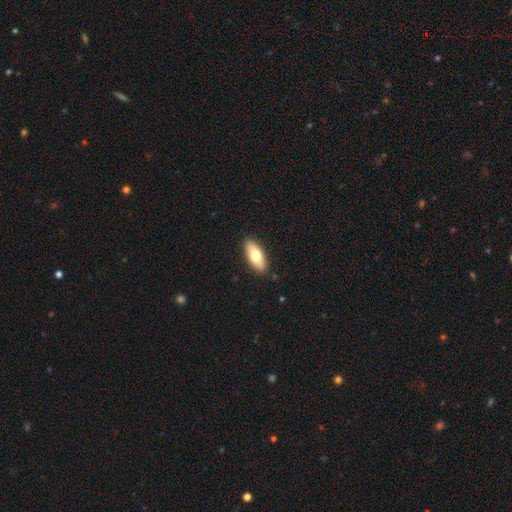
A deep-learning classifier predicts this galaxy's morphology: smooth-or-featured: smooth: 73% | featured or disk: 22% | star or artifact: 6%
  how-rounded: in between: 82% | cigar-shaped: 15% | round: 2%
  merging: none: 89% | minor disturbance: 8% | major disturbance: 2% | merger: 1%